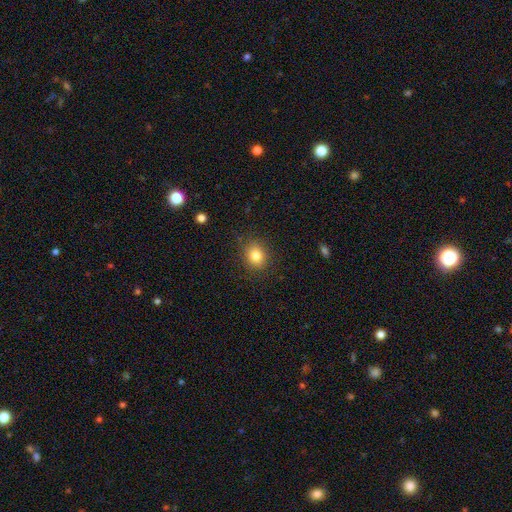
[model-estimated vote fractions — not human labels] Overall: smooth (83%). How rounded: round (65%; in between 34%). Merging: none (86%).